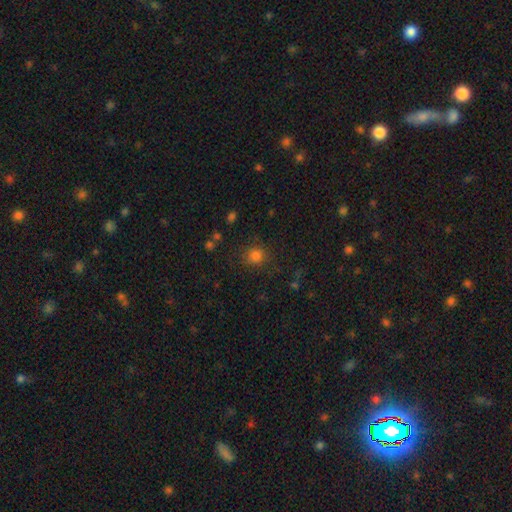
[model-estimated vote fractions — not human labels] Smooth or featured? smooth (81%)
How rounded? round (86%)
Merging? none (83%)